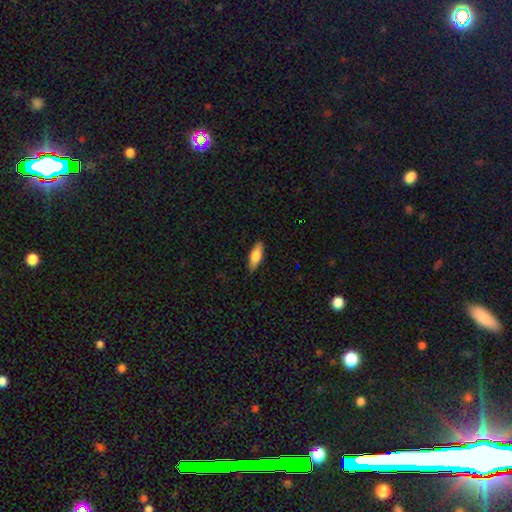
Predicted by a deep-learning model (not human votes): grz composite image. It shows a smooth galaxy with no disk features (70%) that is in between round and cigar-shaped (63%). Merging: none (88%).